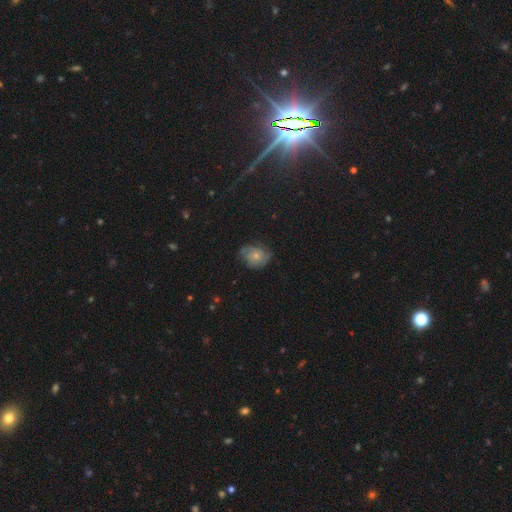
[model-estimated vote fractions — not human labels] featured or disk 50%, smooth 39%, star or artifact 11%. Down the decision tree: edge-on disk — no (97%); merging — none (64%).